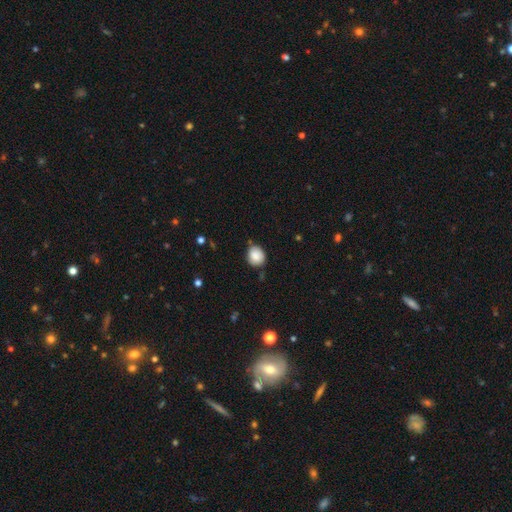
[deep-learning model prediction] smooth_or_featured: smooth (p=0.84) [alt: star or artifact p=0.08]
how_rounded: round (p=0.71) [alt: in between p=0.28]
merging: none (p=0.74) [alt: minor disturbance p=0.20]